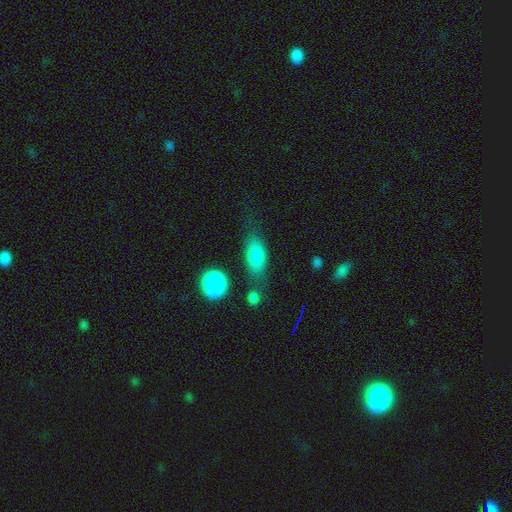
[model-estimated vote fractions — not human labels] This is likely a smooth galaxy (80%). How rounded: likely in between (78%). Merging: likely none (63%).